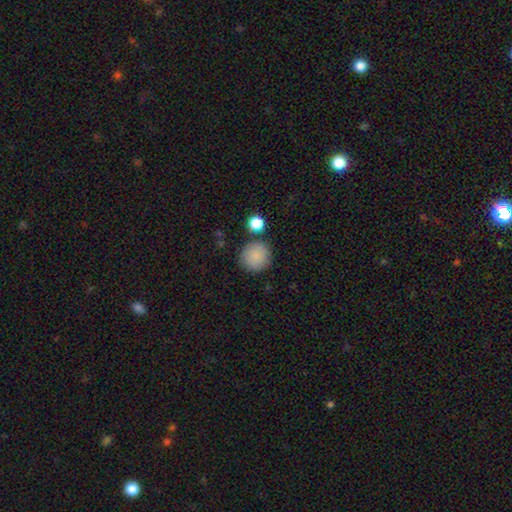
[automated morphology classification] Smooth or featured?
  - smooth: 85% *
  - star or artifact: 8%
  - featured or disk: 7%
How rounded?
  - round: 93% *
  - in between: 6%
  - cigar-shaped: 1%
Merging?
  - none: 80% *
  - minor disturbance: 10%
  - merger: 7%
  - major disturbance: 3%